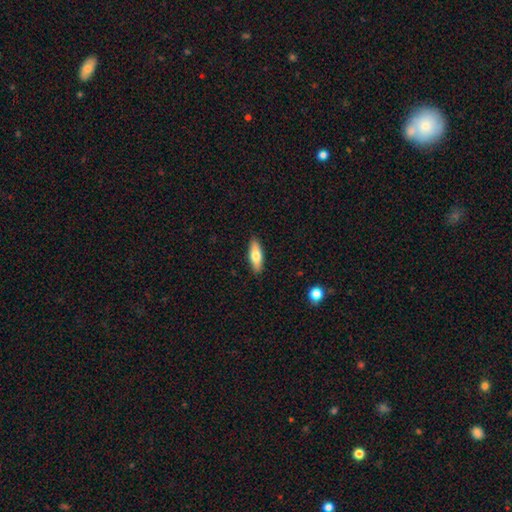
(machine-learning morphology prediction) A smooth galaxy with no disk features (67%) that is in between round and cigar-shaped (53%).

Vote fractions:
- Smooth or featured? smooth: 67% / featured or disk: 27% / star or artifact: 6%
- How rounded? in between: 53% / cigar-shaped: 44% / round: 2%
- Merging? none: 89% / minor disturbance: 8% / major disturbance: 2% / merger: 1%